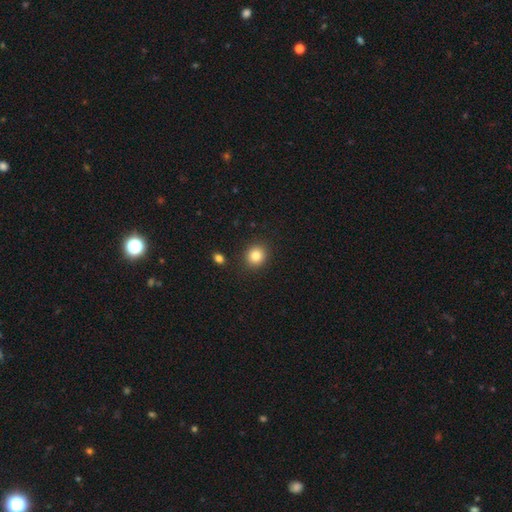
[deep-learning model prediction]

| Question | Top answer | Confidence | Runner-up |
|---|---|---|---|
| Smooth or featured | smooth | 84% | star or artifact (10%) |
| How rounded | round | 82% | in between (17%) |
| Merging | none | 89% | minor disturbance (7%) |